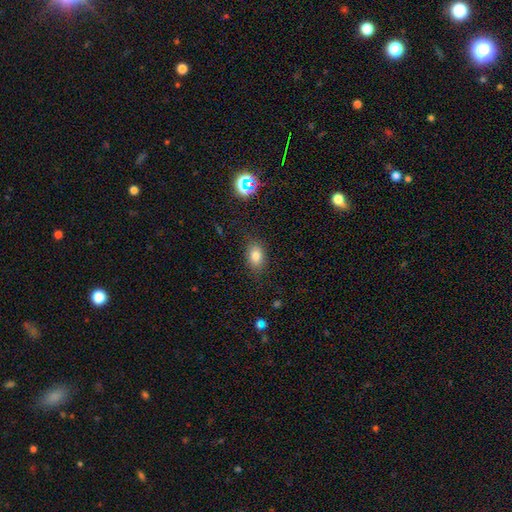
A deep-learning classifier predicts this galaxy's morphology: Smooth or featured: smooth — 79% (star or artifact — 12%)
How rounded: in between — 79% (round — 19%)
Merging: none — 83% (minor disturbance — 12%)